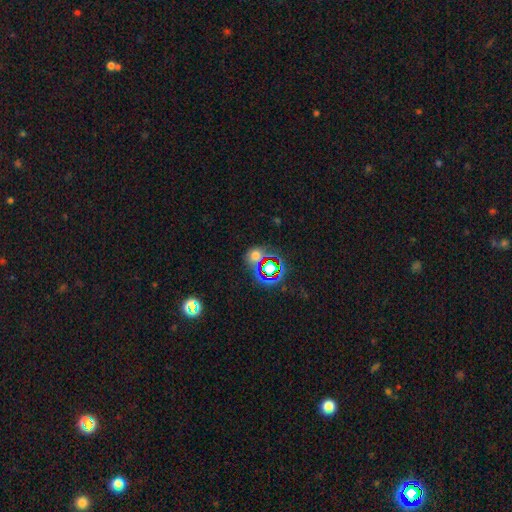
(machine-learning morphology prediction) Smooth or featured? smooth (48%)
Merging? none (61%)